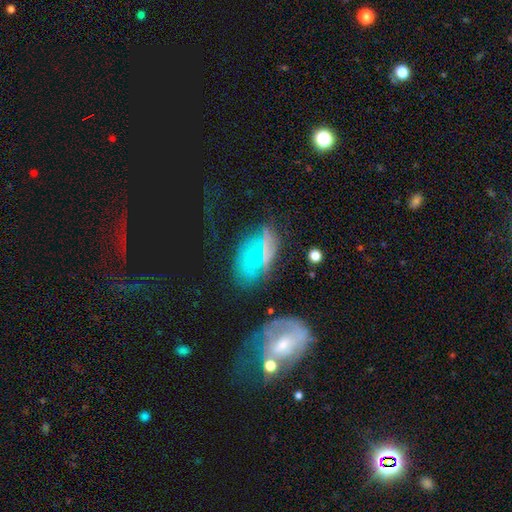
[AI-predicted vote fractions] This is marginally a featured or disk galaxy (41%). Merging: possibly none (54%).